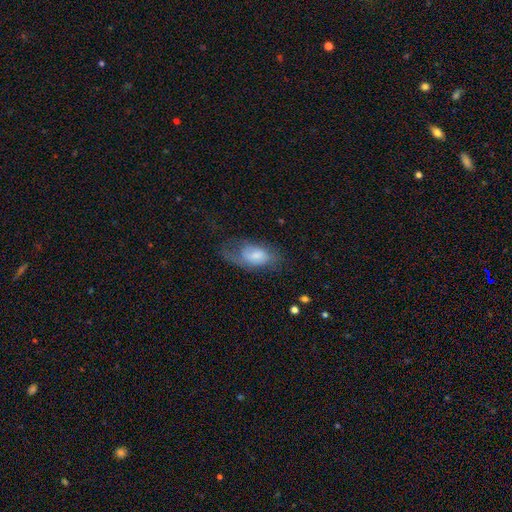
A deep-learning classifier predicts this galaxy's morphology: Smooth or featured? smooth (54%)
How rounded? in between (90%)
Merging? major disturbance (38%)